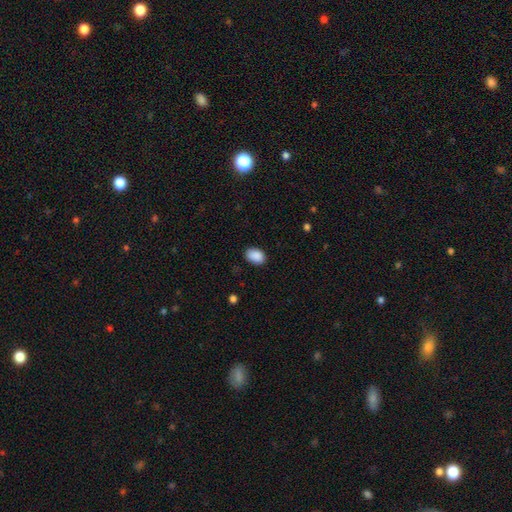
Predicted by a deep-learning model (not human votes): This appears to be a smooth galaxy with no disk features (90%) that is in between round and cigar-shaped (82%). Merging: none (85%).